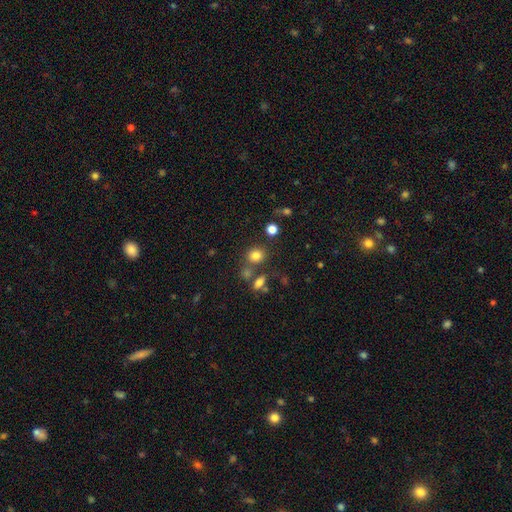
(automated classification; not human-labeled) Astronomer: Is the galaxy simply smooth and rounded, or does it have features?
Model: smooth — 79%.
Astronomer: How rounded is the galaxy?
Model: round — 73%.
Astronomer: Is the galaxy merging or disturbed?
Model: none — 68%.